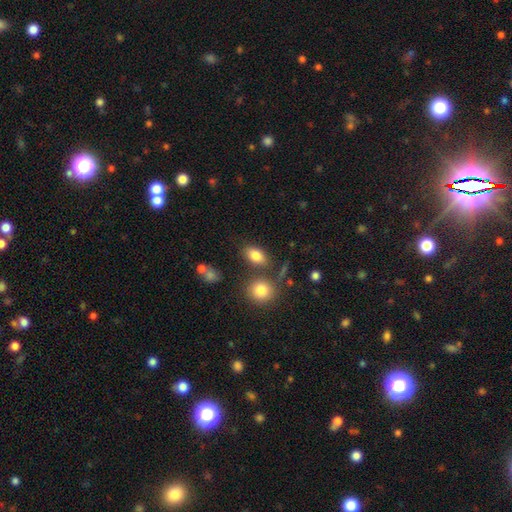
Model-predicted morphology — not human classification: smooth 82%, star or artifact 9%, featured or disk 9%. Down the decision tree: how rounded — in between (85%); merging — none (73%).